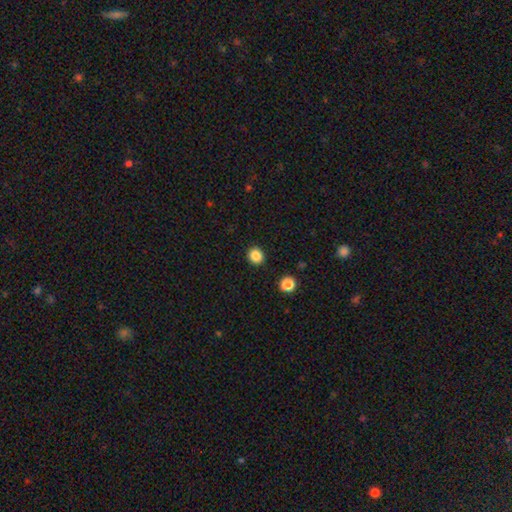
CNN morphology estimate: A smooth galaxy with no disk features (85%) that is round (85%).

Vote fractions:
- Smooth or featured? smooth: 85% / star or artifact: 11% / featured or disk: 4%
- How rounded? round: 85% / in between: 14% / cigar-shaped: 1%
- Merging? none: 91% / minor disturbance: 6% / major disturbance: 2% / merger: 1%